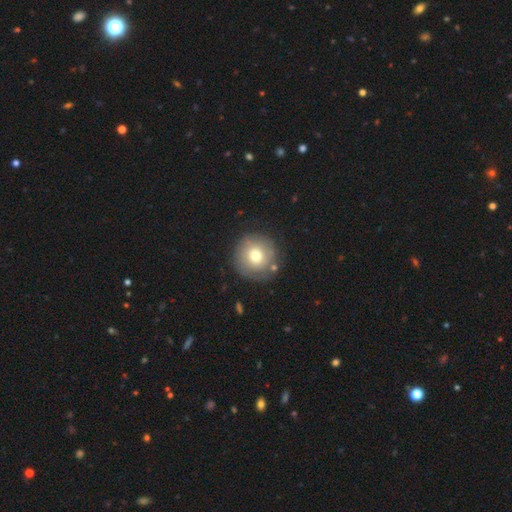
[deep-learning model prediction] smooth 71%, featured or disk 20%, star or artifact 9%. Down the decision tree: how rounded — round (95%); merging — none (81%).